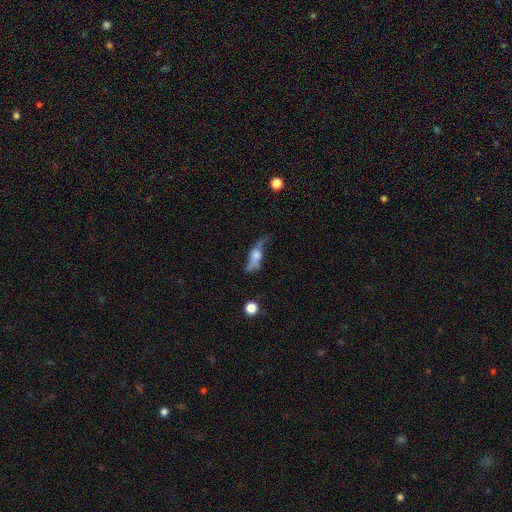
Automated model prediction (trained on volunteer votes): A featured or disk galaxy (57%) viewed edge-on (60%). Merging: none (41%).